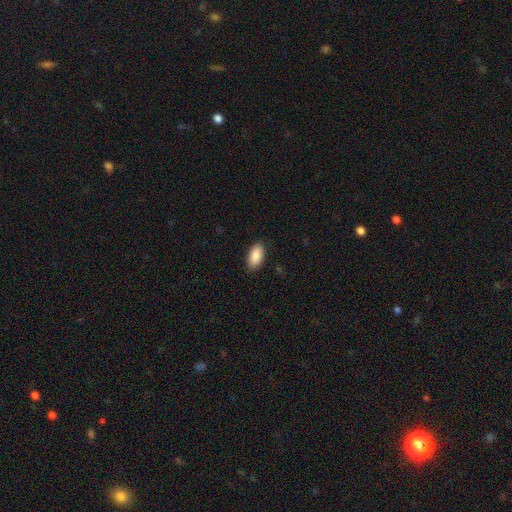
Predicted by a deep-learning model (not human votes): smooth 90%, star or artifact 6%, featured or disk 4%. Down the decision tree: how rounded — in between (94%); merging — none (88%).